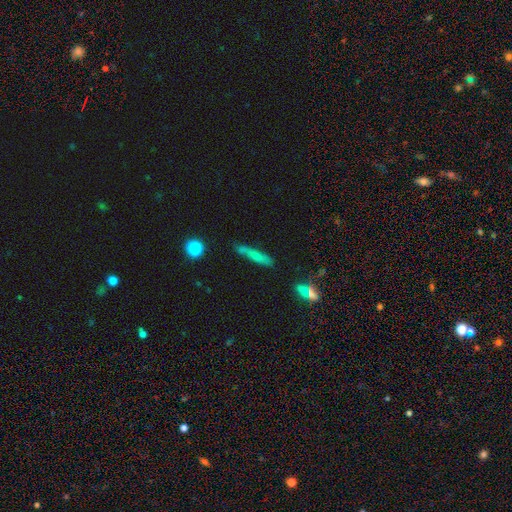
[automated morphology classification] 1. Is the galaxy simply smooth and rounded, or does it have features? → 59% smooth, 31% featured or disk, 11% star or artifact.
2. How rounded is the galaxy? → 86% cigar-shaped, 11% in between, 3% round.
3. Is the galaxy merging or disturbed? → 67% none, 21% minor disturbance, 6% major disturbance, 6% merger.